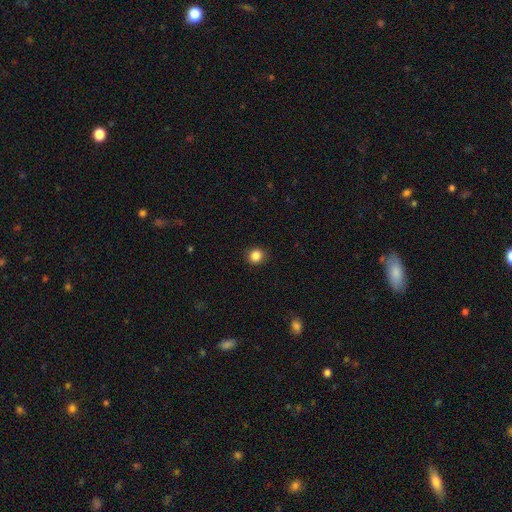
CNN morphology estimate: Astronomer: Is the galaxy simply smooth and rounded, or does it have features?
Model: smooth — 86%.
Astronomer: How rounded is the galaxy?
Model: round — 88%.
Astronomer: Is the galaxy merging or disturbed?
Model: none — 91%.